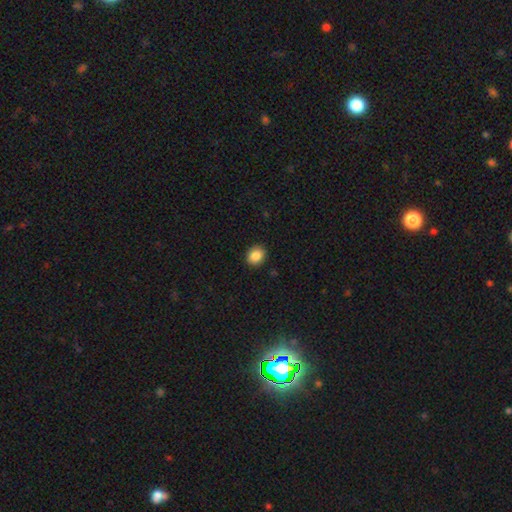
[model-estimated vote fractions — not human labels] Overall: smooth (87%). How rounded: round (62%; in between 37%). Merging: none (90%).